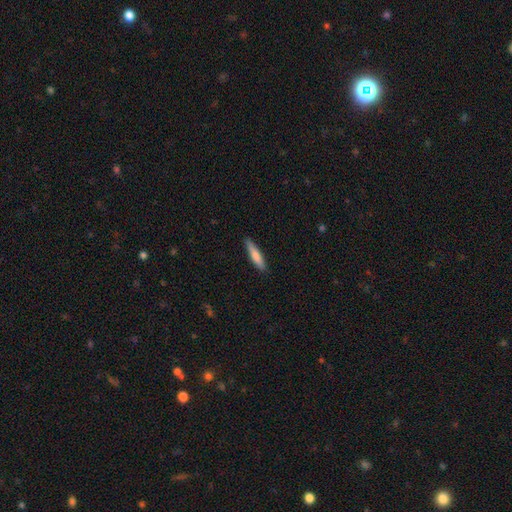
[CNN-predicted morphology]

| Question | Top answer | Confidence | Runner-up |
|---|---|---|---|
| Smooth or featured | smooth | 75% | featured or disk (20%) |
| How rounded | cigar-shaped | 86% | in between (13%) |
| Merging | none | 88% | minor disturbance (9%) |